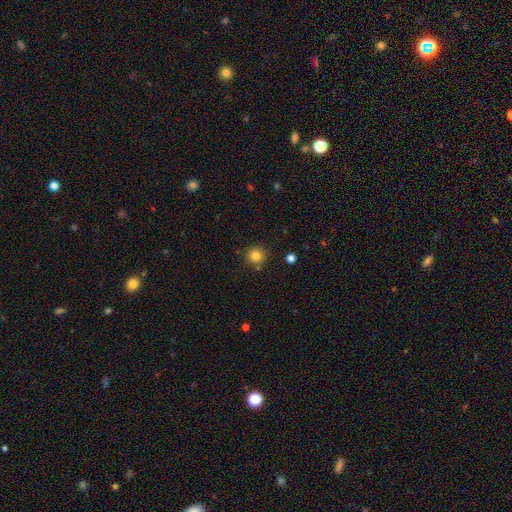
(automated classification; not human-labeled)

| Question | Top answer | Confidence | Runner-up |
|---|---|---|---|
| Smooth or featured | smooth | 83% | star or artifact (12%) |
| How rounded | round | 94% | in between (5%) |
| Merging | none | 85% | minor disturbance (8%) |